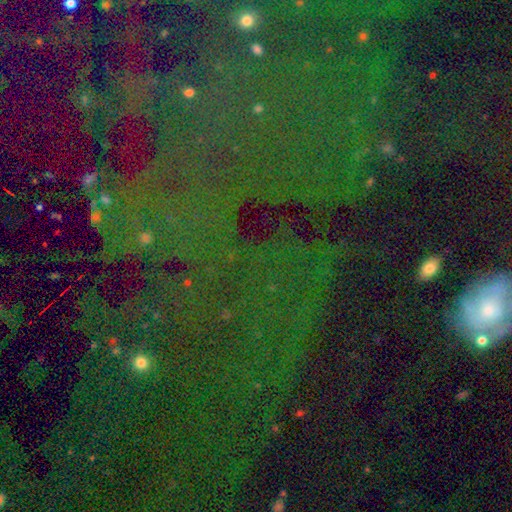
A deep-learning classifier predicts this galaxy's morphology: Smooth or featured? Predicted: star or artifact (p=0.72).